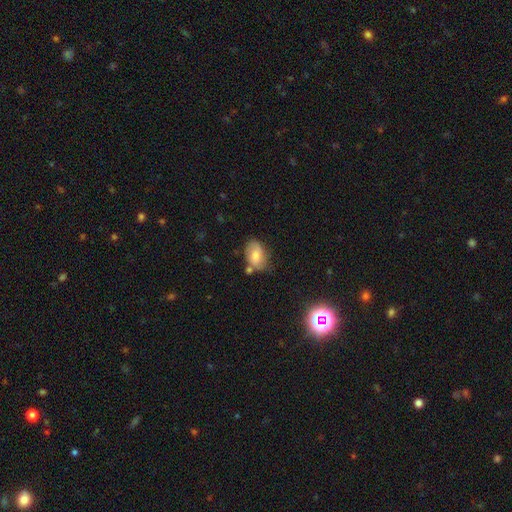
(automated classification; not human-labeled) This appears to be a smooth galaxy with no disk features (69%) that is in between round and cigar-shaped (86%). Merging: none (57%).